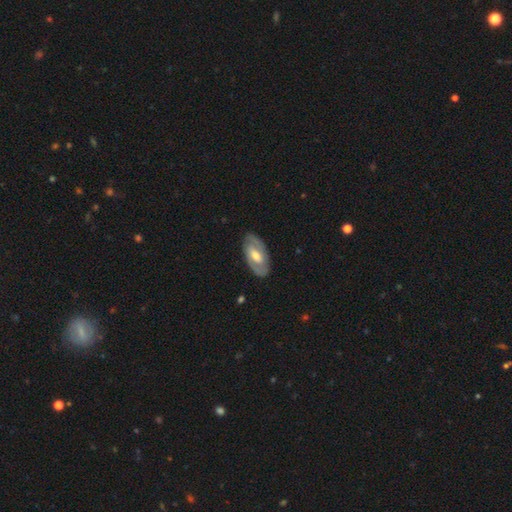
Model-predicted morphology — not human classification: smooth_or_featured: featured or disk (p=0.68) [alt: smooth p=0.27]
disk_edge_on: no (p=0.92) [alt: yes p=0.08]
bar: weak (p=0.46) [alt: no p=0.27]
has_spiral_arms: yes (p=0.64) [alt: no p=0.36]
bulge_size: moderate (p=0.65) [alt: small p=0.19]
merging: none (p=0.84) [alt: minor disturbance p=0.11]